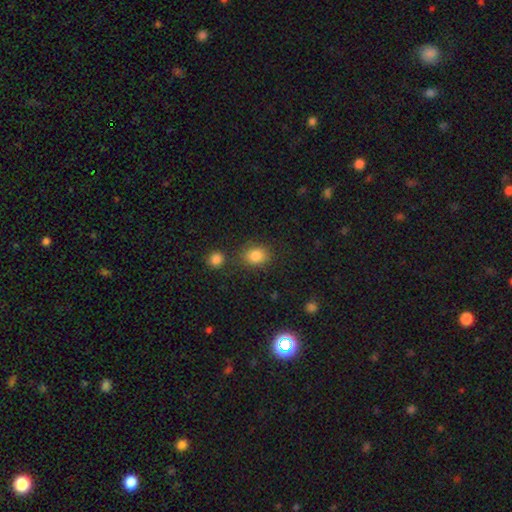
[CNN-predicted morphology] type=smooth (84%); roundness=round (53%); merging=none (75%).